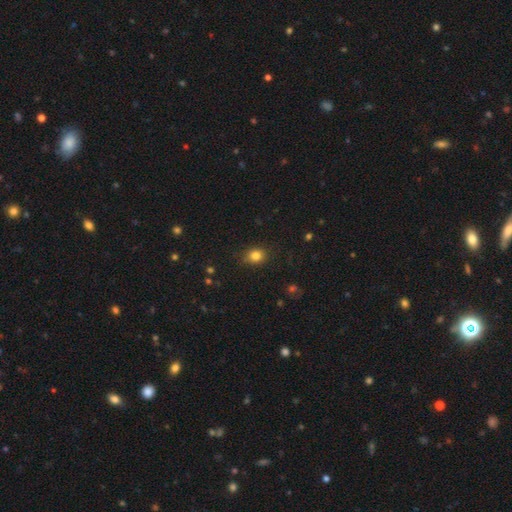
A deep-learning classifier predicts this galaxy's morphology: A smooth galaxy with no disk features (82%) that is round (57%).

Vote fractions:
- Smooth or featured? smooth: 82% / star or artifact: 12% / featured or disk: 6%
- How rounded? round: 57% / in between: 42% / cigar-shaped: 1%
- Merging? none: 85% / minor disturbance: 12% / major disturbance: 3% / merger: 1%